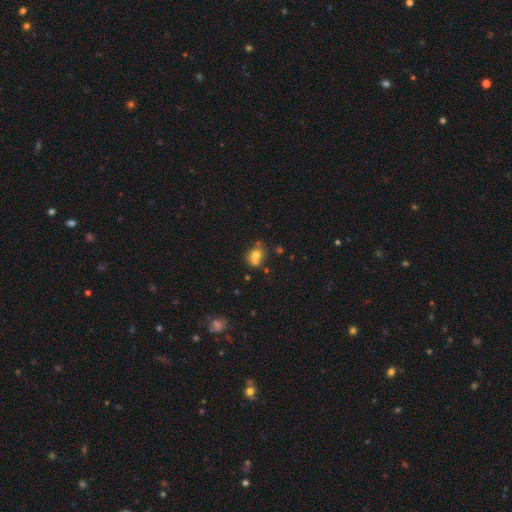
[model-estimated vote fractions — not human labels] Q: Smooth or featured?
A: smooth (70%); runner-up: featured or disk (17%)
Q: How rounded?
A: round (65%); runner-up: in between (34%)
Q: Merging?
A: none (42%); runner-up: merger (41%)